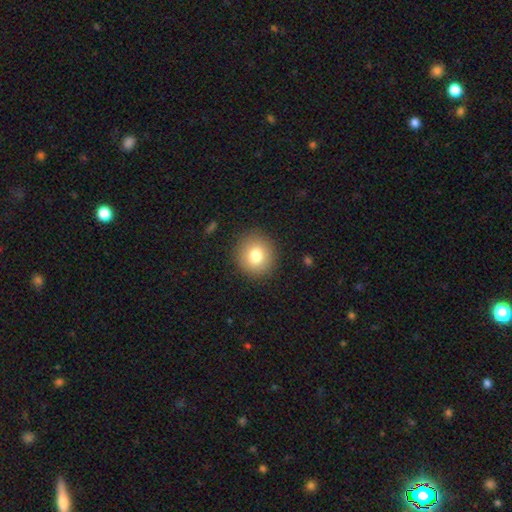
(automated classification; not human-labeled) Overall: smooth (79%). How rounded: round (88%). Merging: none (89%).